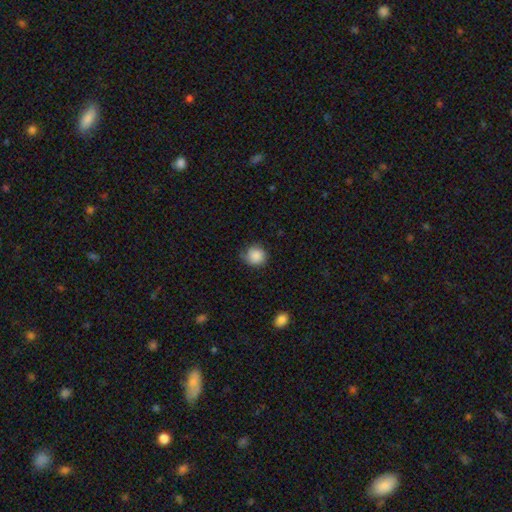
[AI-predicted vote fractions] smooth-or-featured: smooth: 86% | star or artifact: 8% | featured or disk: 6%
  how-rounded: round: 88% | in between: 11% | cigar-shaped: 1%
  merging: none: 71% | minor disturbance: 22% | major disturbance: 5% | merger: 2%